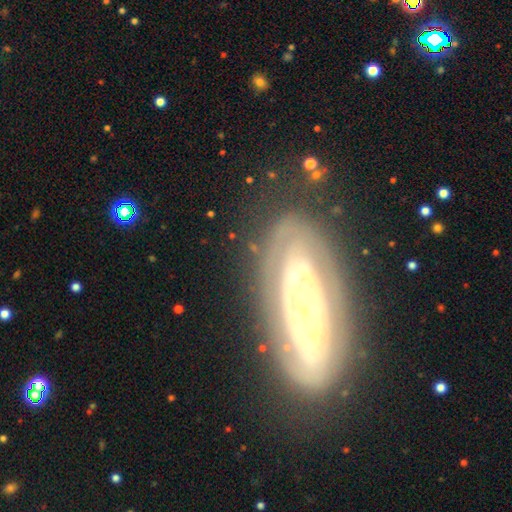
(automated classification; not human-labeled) Smooth or featured?
  - featured or disk: 81% *
  - smooth: 13%
  - star or artifact: 6%
Edge-on disk?
  - no: 86% *
  - yes: 14%
Bar?
  - no: 64% *
  - weak: 22%
  - strong: 14%
Spiral arms?
  - yes: 77% *
  - no: 23%
Spiral winding?
  - tight: 77% *
  - medium: 17%
  - loose: 6%
Spiral arm count?
  - can't tell: 51% *
  - 2: 25%
  - 3: 9%
  - 1: 5%
  - 4: 5%
  - more than 4: 5%
Bulge size?
  - moderate: 49% *
  - small: 35%
  - large: 12%
  - dominant: 2%
  - none: 2%
Merging?
  - none: 80% *
  - minor disturbance: 13%
  - major disturbance: 5%
  - merger: 2%